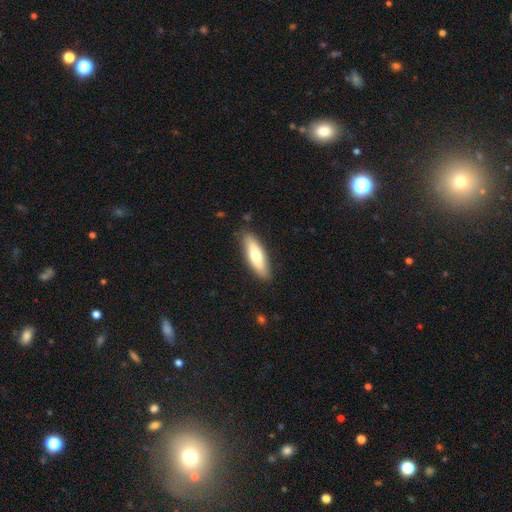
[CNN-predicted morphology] smooth-or-featured: smooth: 65% | featured or disk: 29% | star or artifact: 5%
  how-rounded: cigar-shaped: 52% | in between: 46% | round: 2%
  merging: none: 86% | minor disturbance: 11% | major disturbance: 2% | merger: 1%